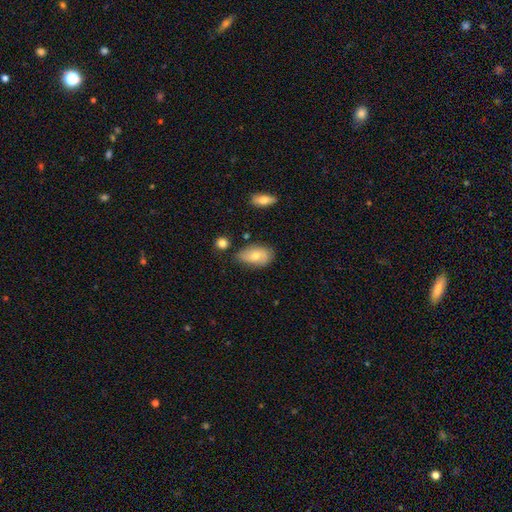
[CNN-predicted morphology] A smooth galaxy with no disk features (59%) that is in between round and cigar-shaped (90%).

Vote fractions:
- Smooth or featured? smooth: 59% / featured or disk: 32% / star or artifact: 8%
- How rounded? in between: 90% / round: 7% / cigar-shaped: 2%
- Merging? none: 64% / minor disturbance: 27% / major disturbance: 5% / merger: 4%